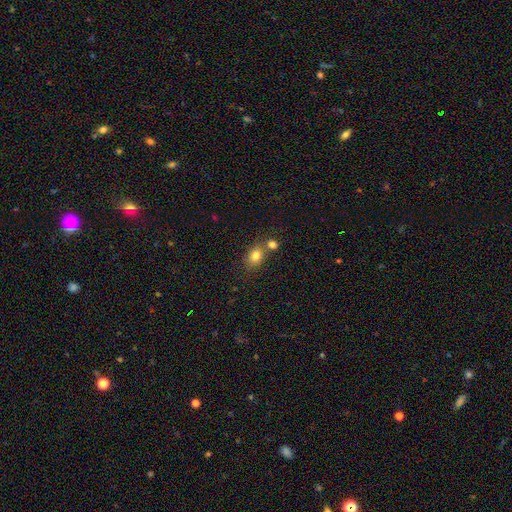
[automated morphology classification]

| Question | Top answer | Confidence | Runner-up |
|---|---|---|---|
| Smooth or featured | smooth | 80% | star or artifact (11%) |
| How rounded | in between | 59% | round (39%) |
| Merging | none | 53% | merger (31%) |